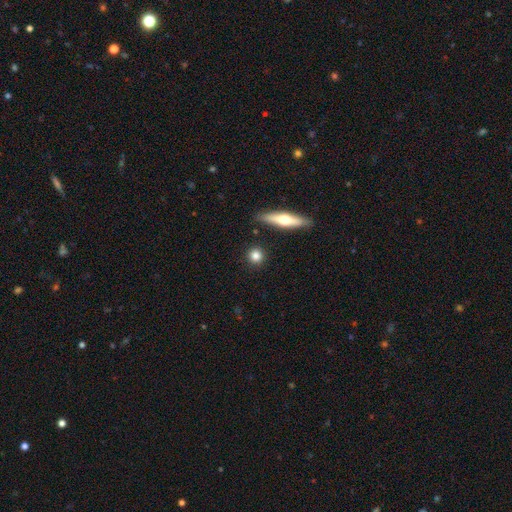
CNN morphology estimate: A smooth galaxy with no disk features (79%) that is round (86%).

Vote fractions:
- Smooth or featured? smooth: 79% / featured or disk: 13% / star or artifact: 8%
- How rounded? round: 86% / in between: 9% / cigar-shaped: 5%
- Merging? none: 88% / minor disturbance: 7% / merger: 3% / major disturbance: 2%